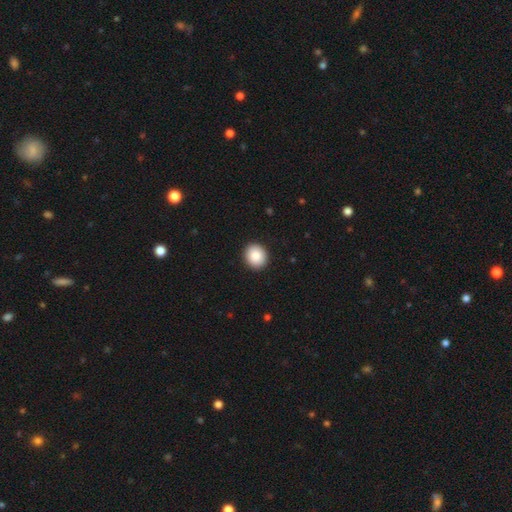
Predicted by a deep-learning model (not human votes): Smooth or featured: smooth — 88% (star or artifact — 7%)
How rounded: round — 73% (in between — 26%)
Merging: none — 92% (minor disturbance — 6%)